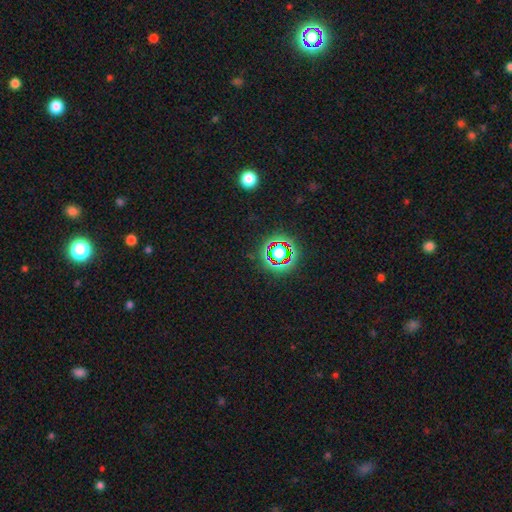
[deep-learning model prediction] This is likely a star or artifact rather than a galaxy (79%).